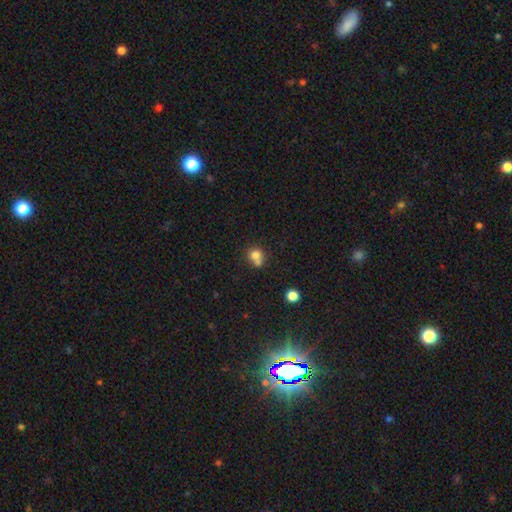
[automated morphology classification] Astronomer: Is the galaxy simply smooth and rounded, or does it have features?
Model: smooth — 75%.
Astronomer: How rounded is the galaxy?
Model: round — 79%.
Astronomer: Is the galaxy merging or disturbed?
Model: merger — 46% (runner-up: none, 40%).